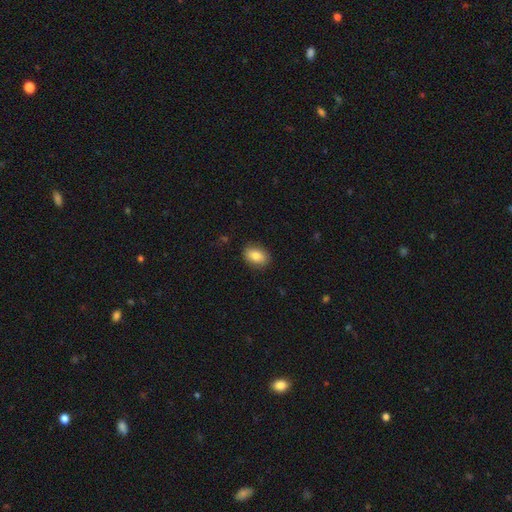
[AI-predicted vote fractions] Smooth or featured?
  - smooth: 84% *
  - featured or disk: 9%
  - star or artifact: 8%
How rounded?
  - in between: 81% *
  - round: 17%
  - cigar-shaped: 1%
Merging?
  - none: 87% *
  - minor disturbance: 10%
  - major disturbance: 2%
  - merger: 1%